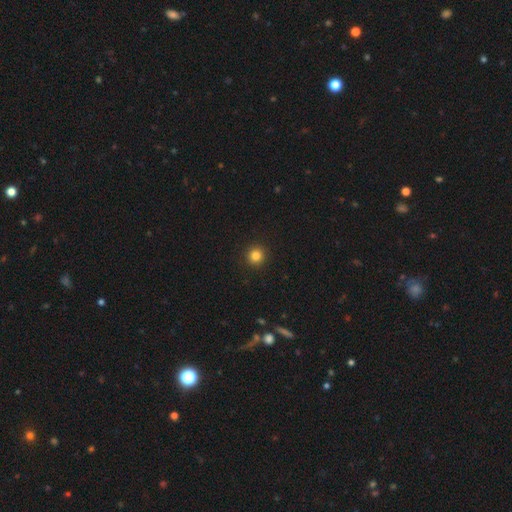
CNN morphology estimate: Q: Smooth or featured?
A: smooth (83%); runner-up: star or artifact (12%)
Q: How rounded?
A: round (94%); runner-up: in between (5%)
Q: Merging?
A: none (93%); runner-up: minor disturbance (4%)